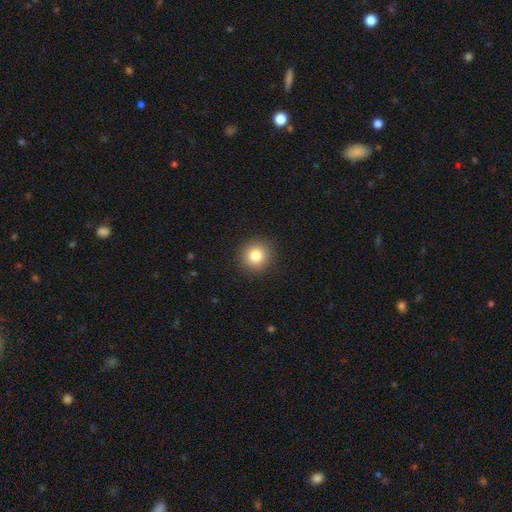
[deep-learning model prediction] Smooth or featured? smooth (81%)
How rounded? round (93%)
Merging? none (92%)